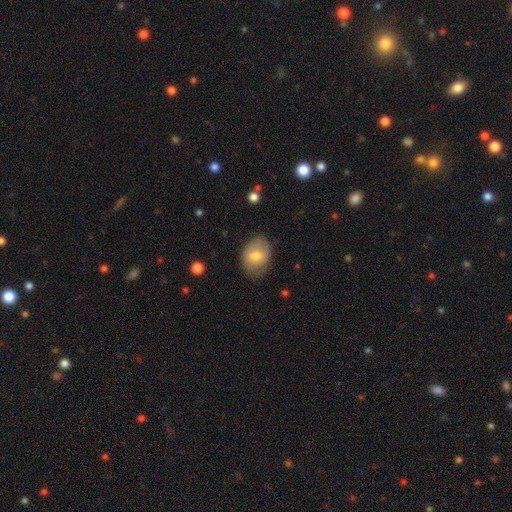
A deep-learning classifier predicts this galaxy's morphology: smooth 67%, featured or disk 26%, star or artifact 7%. Down the decision tree: how rounded — in between (71%); merging — none (69%).